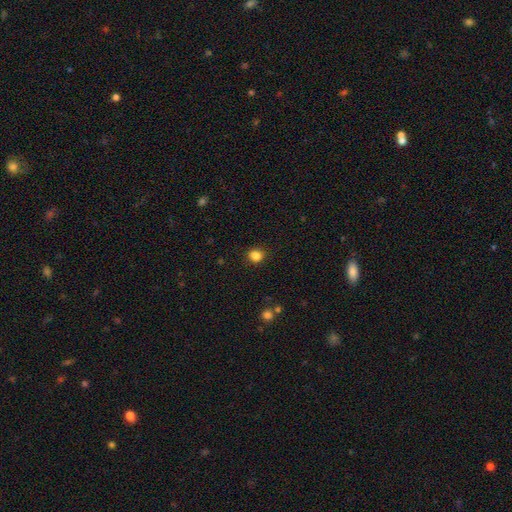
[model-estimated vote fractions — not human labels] smooth_or_featured: smooth (p=0.85) [alt: star or artifact p=0.12]
how_rounded: round (p=0.66) [alt: in between p=0.33]
merging: none (p=0.84) [alt: minor disturbance p=0.11]